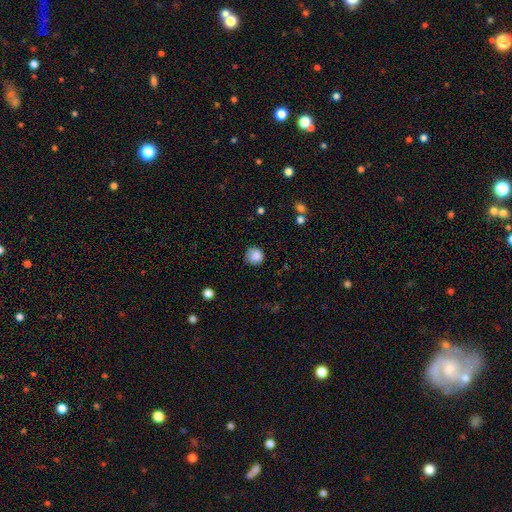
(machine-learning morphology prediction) Overall: smooth (86%). How rounded: round (91%). Merging: none (75%).